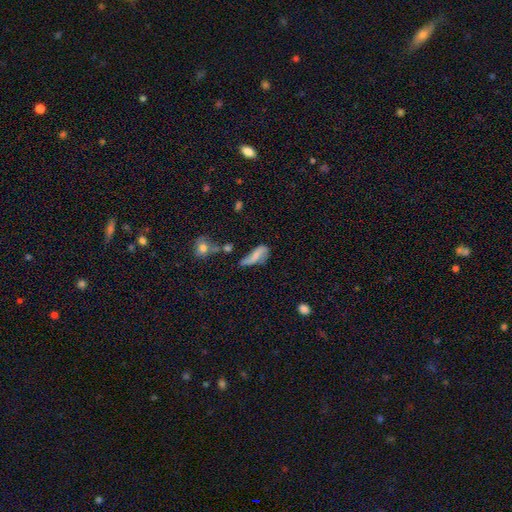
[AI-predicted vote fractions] smooth 51%, featured or disk 39%, star or artifact 11%. Down the decision tree: how rounded — in between (68%); merging — none (34%).